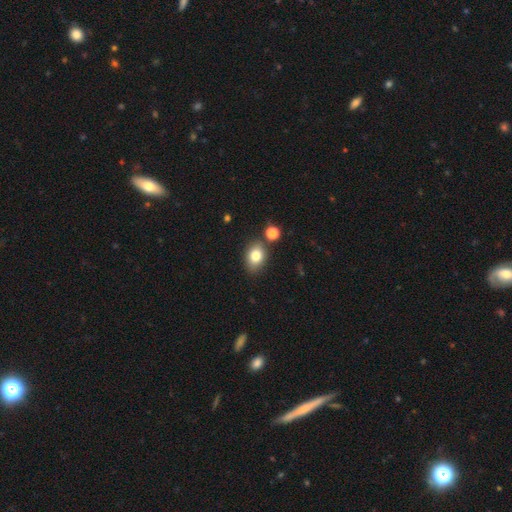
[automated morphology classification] Overall: smooth (80%). How rounded: in between (73%). Merging: none (77%).